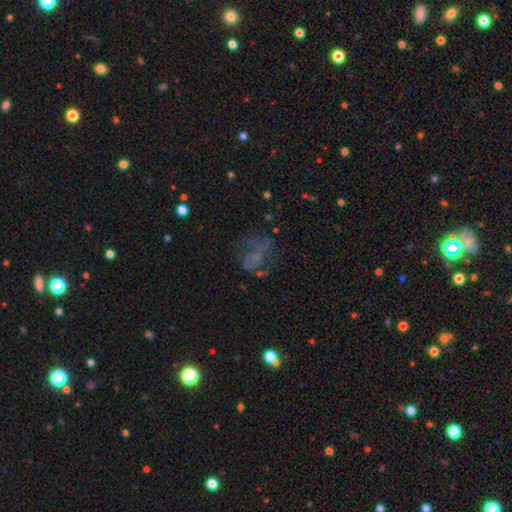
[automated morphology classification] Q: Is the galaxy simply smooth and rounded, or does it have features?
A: featured or disk — 44%.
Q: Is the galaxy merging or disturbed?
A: none — 41%.